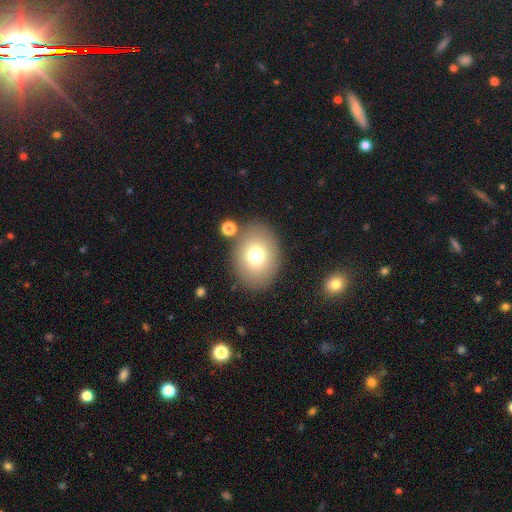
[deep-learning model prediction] Smooth or featured? smooth (75%)
How rounded? in between (58%)
Merging? none (82%)